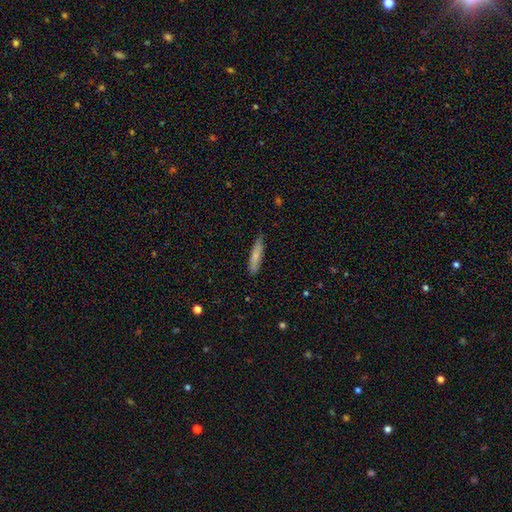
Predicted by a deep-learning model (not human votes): Smooth or featured? Predicted: smooth (p=0.76). How rounded? Predicted: cigar-shaped (p=0.84). Merging? Predicted: none (p=0.84).